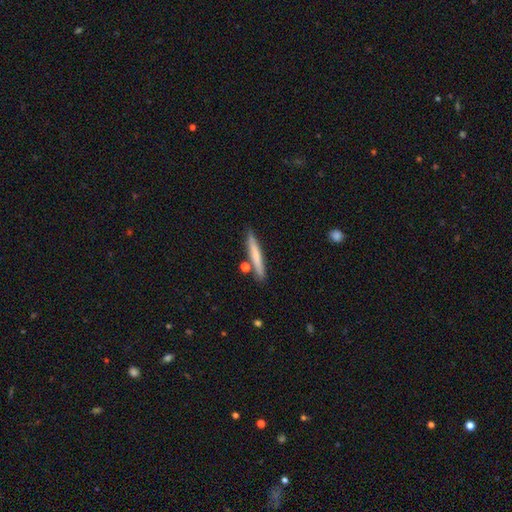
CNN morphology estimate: This appears to be a smooth galaxy with no disk features (66%) that is cigar-shaped (94%). Merging: none (82%).